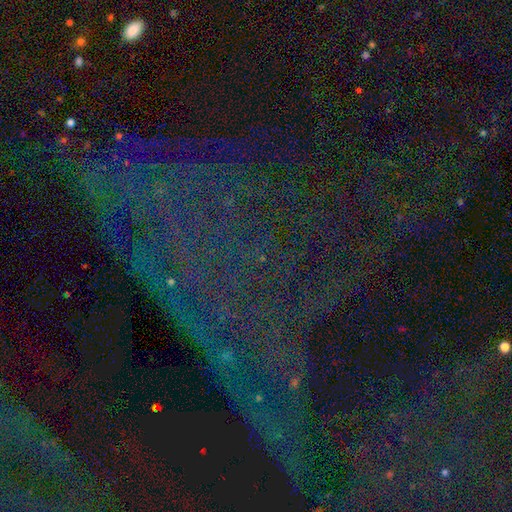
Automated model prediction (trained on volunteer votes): This appears to be a star or artifact, not a galaxy (80%).